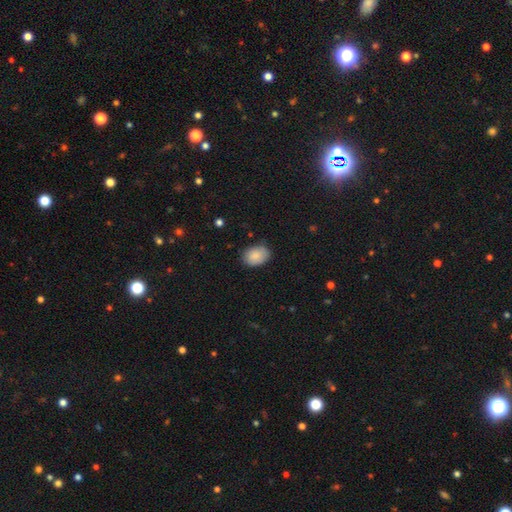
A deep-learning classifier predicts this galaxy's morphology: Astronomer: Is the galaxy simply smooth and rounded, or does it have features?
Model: smooth — 86%.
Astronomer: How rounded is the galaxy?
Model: in between — 79%.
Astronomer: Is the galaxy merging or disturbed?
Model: none — 80%.